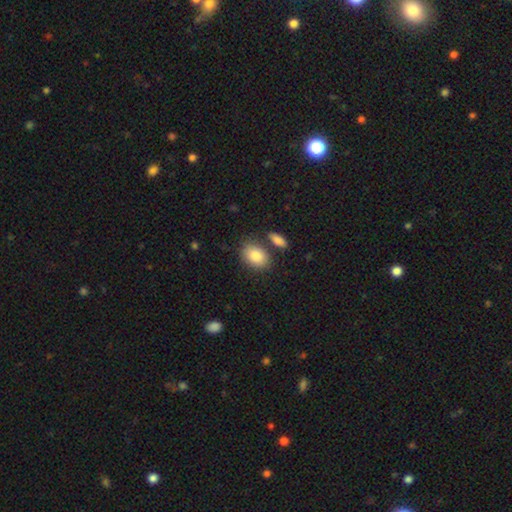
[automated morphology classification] type=smooth (86%); roundness=in between (79%); merging=none (71%).